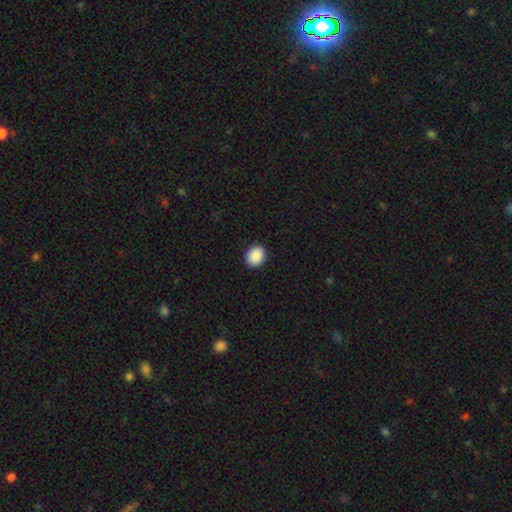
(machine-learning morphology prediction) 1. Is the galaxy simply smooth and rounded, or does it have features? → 90% smooth, 8% star or artifact, 2% featured or disk.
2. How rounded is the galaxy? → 63% round, 36% in between, 1% cigar-shaped.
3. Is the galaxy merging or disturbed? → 92% none, 6% minor disturbance, 2% major disturbance, 1% merger.